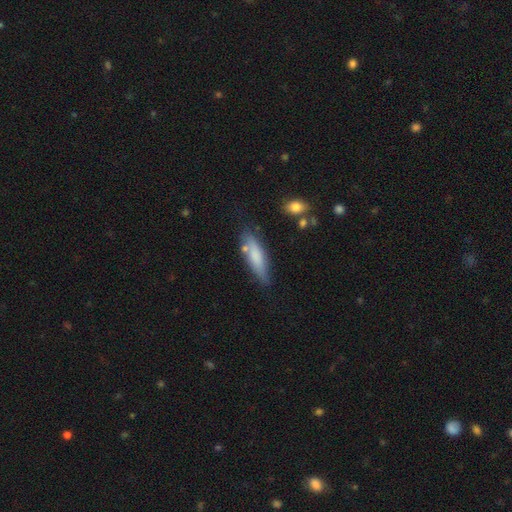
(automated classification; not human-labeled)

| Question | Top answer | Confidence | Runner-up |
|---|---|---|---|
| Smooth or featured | smooth | 72% | featured or disk (22%) |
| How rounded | cigar-shaped | 61% | in between (37%) |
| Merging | none | 70% | minor disturbance (20%) |